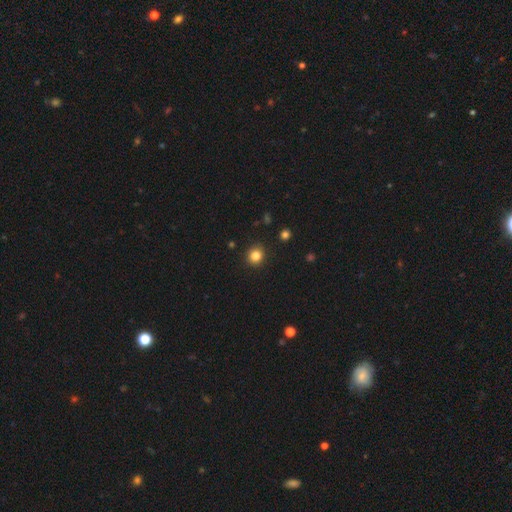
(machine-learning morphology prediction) A smooth galaxy with no disk features (83%) that is round (86%).

Vote fractions:
- Smooth or featured? smooth: 83% / star or artifact: 12% / featured or disk: 5%
- How rounded? round: 86% / in between: 13% / cigar-shaped: 1%
- Merging? none: 91% / minor disturbance: 6% / major disturbance: 2% / merger: 1%